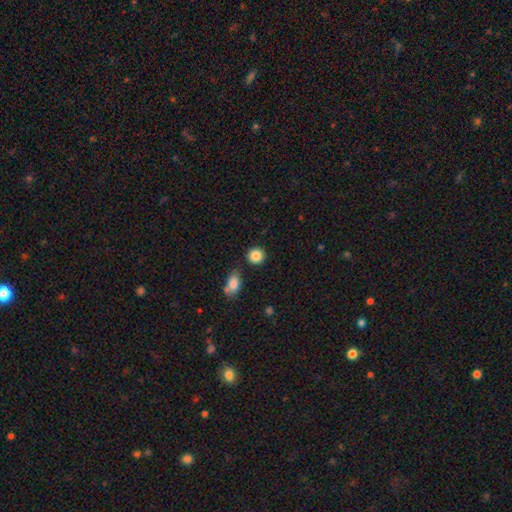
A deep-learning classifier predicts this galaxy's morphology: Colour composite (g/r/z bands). It shows a smooth galaxy with no disk features (87%) that is round (90%). Merging: none (84%).